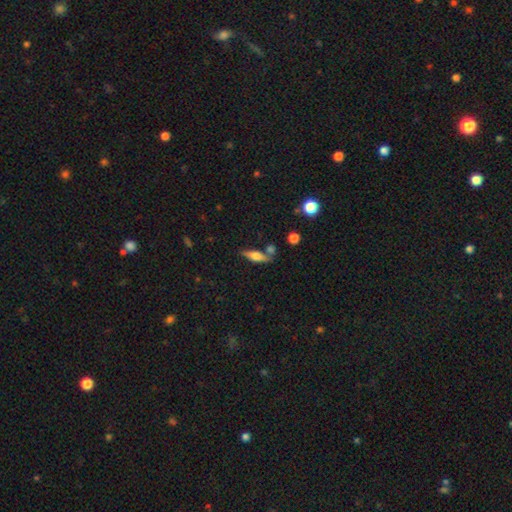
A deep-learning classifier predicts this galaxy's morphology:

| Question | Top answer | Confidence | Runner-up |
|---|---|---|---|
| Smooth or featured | smooth | 49% | featured or disk (43%) |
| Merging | none | 67% | minor disturbance (16%) |